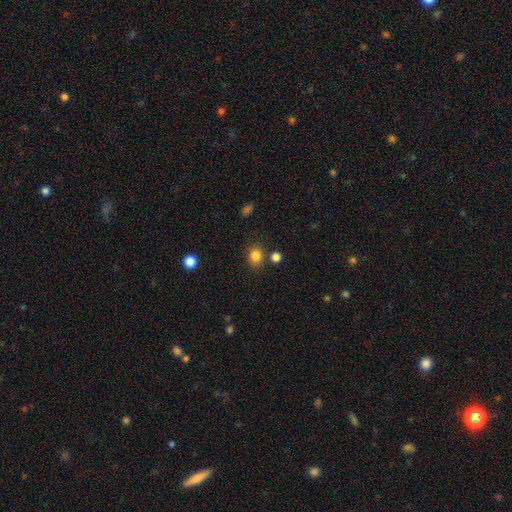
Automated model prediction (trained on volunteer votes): Smooth or featured?
  - smooth: 83% *
  - star or artifact: 12%
  - featured or disk: 5%
How rounded?
  - round: 65% *
  - in between: 34%
  - cigar-shaped: 1%
Merging?
  - none: 80% *
  - minor disturbance: 10%
  - merger: 6%
  - major disturbance: 3%